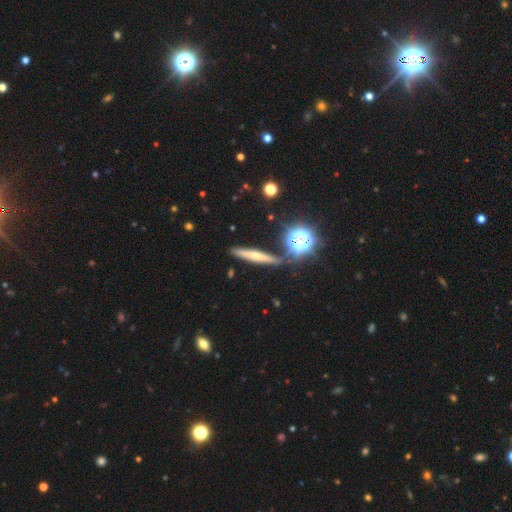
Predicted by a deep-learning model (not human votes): The model was most divided on "smooth or featured": smooth: 48%, featured or disk: 37%, star or artifact: 15%. More confident: merging — none (78%).